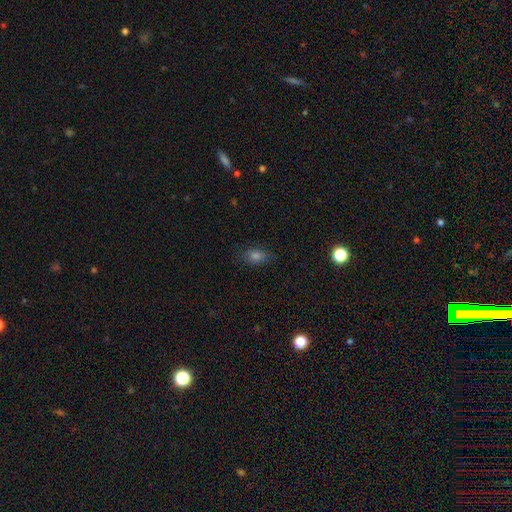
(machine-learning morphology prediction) Smooth or featured: smooth — 71% (star or artifact — 20%)
How rounded: in between — 67% (round — 31%)
Merging: none — 81% (minor disturbance — 14%)